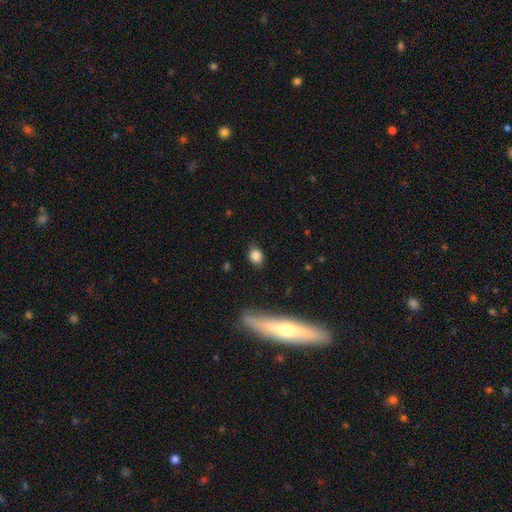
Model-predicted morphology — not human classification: Smooth or featured?
  - smooth: 84% *
  - star or artifact: 10%
  - featured or disk: 6%
How rounded?
  - in between: 64% *
  - round: 34%
  - cigar-shaped: 2%
Merging?
  - none: 83% *
  - minor disturbance: 13%
  - major disturbance: 3%
  - merger: 2%